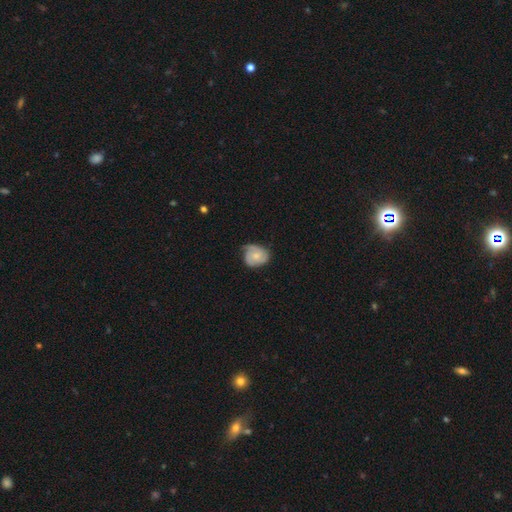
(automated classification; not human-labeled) Smooth or featured?
  - featured or disk: 50% *
  - smooth: 44%
  - star or artifact: 6%
Merging?
  - none: 48% *
  - minor disturbance: 37%
  - major disturbance: 13%
  - merger: 2%